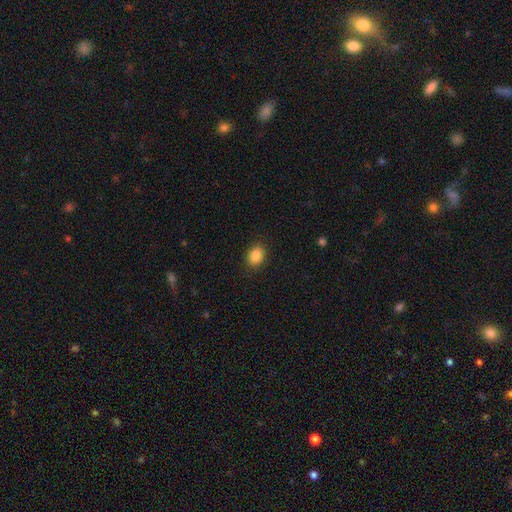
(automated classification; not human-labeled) Smooth or featured? Predicted: smooth (p=0.87). How rounded? Predicted: in between (p=0.62). Merging? Predicted: none (p=0.89).